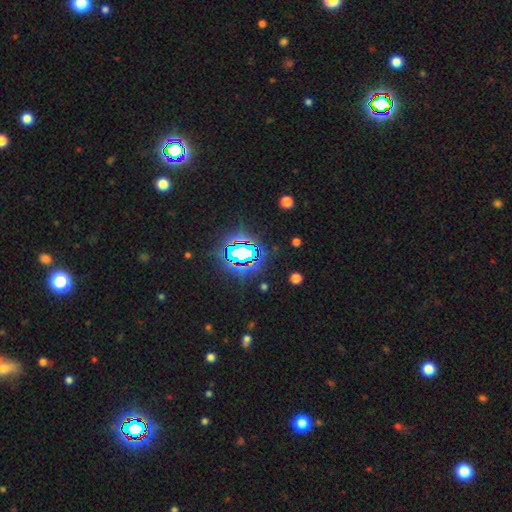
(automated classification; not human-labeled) Smooth or featured? star or artifact (79%)